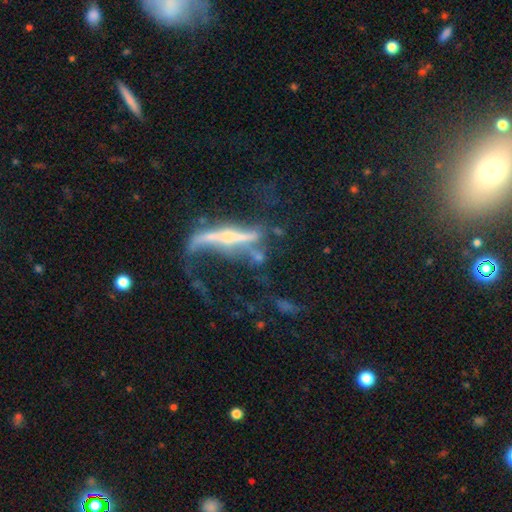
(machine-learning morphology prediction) Smooth or featured? Predicted: featured or disk (p=0.78). Edge-on disk? Predicted: yes (p=0.66). Edge-on bulge? Predicted: rounded (p=0.63). Merging? Predicted: none (p=0.36).